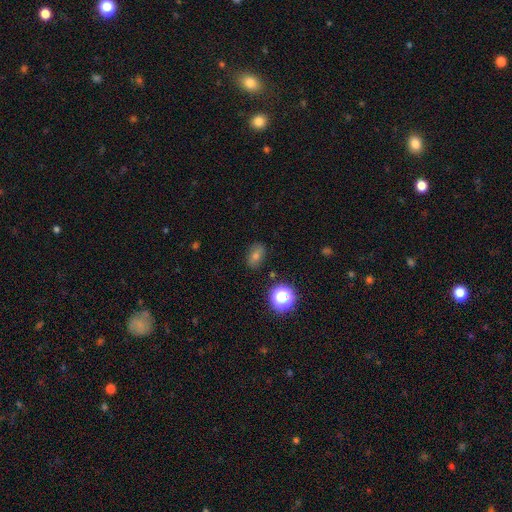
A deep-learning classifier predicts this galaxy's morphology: This appears to be a smooth galaxy with no disk features (62%) that is in between round and cigar-shaped (71%). Merging: none (84%).